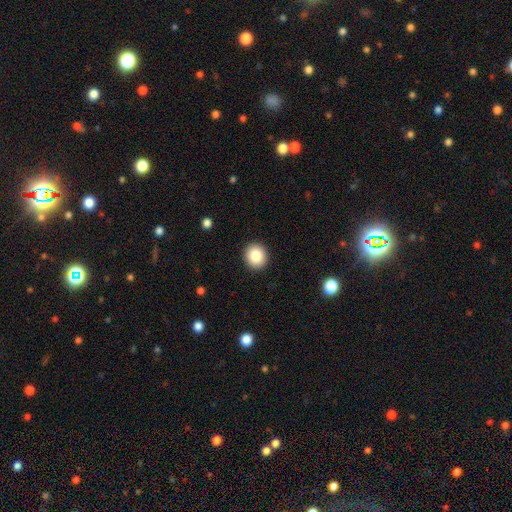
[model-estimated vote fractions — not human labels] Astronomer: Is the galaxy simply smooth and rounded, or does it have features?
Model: smooth — 85%.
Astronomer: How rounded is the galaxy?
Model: round — 83%.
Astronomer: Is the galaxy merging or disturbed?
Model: none — 92%.